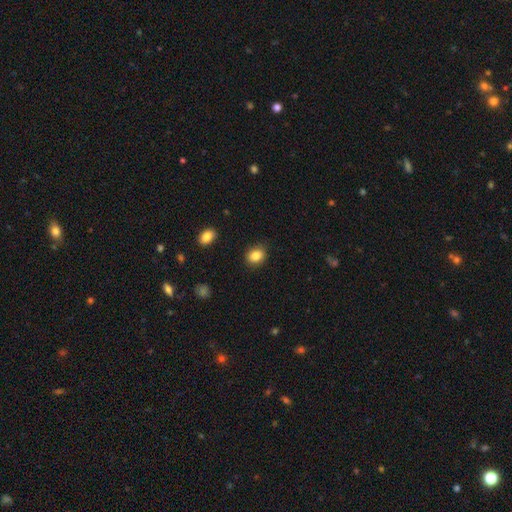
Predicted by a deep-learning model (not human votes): Morphology: type=smooth (85%); roundness=round (56%); merging=none (86%).